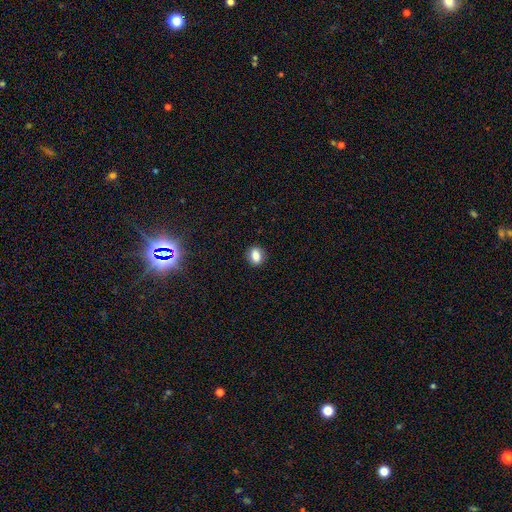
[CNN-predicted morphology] This appears to be a smooth galaxy with no disk features (82%) that is in between round and cigar-shaped (56%). Merging: none (88%).